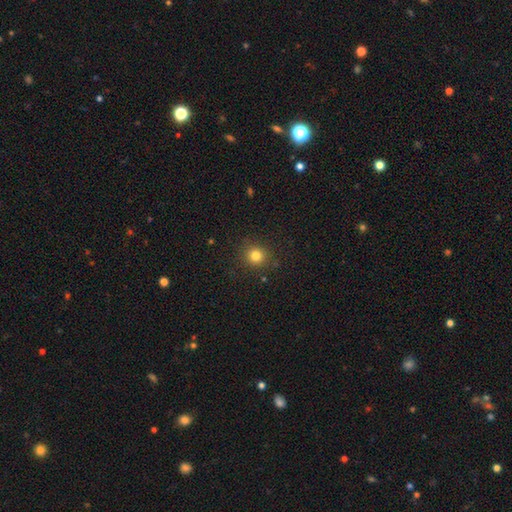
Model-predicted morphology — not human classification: Smooth or featured: smooth — 80% (star or artifact — 14%)
How rounded: round — 90% (in between — 9%)
Merging: none — 88% (minor disturbance — 7%)